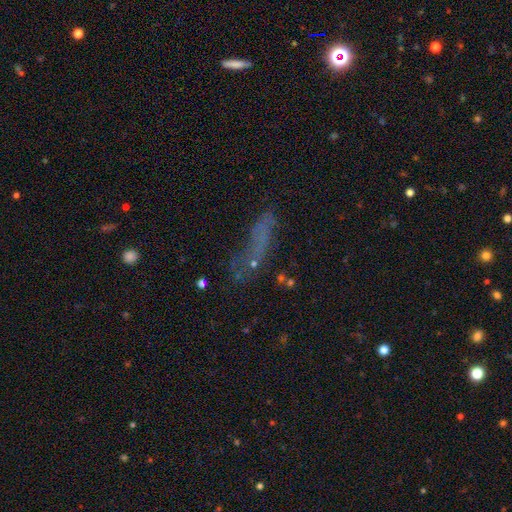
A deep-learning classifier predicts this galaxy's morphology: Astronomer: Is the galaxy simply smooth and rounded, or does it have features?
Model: smooth — 51%.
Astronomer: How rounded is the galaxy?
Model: cigar-shaped — 63%.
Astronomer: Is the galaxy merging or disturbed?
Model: none — 47% (runner-up: major disturbance, 24%).